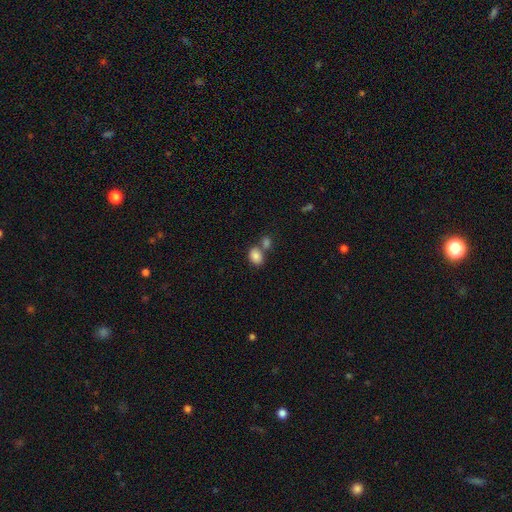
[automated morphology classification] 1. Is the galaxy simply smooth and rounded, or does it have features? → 85% smooth, 9% star or artifact, 6% featured or disk.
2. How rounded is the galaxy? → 72% in between, 27% round, 1% cigar-shaped.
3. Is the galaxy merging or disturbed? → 49% none, 37% merger, 11% minor disturbance, 4% major disturbance.